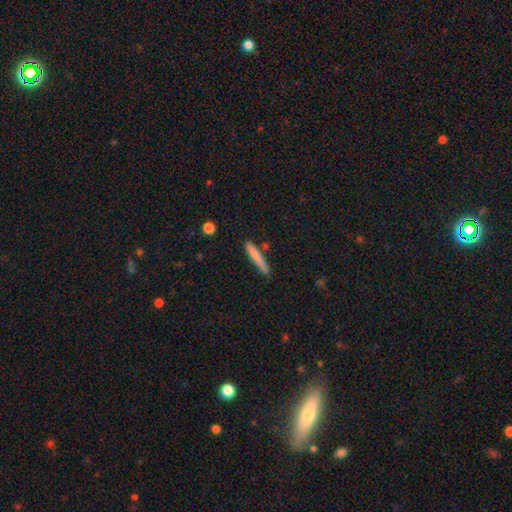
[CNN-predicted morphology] type=smooth (76%); roundness=cigar-shaped (94%); merging=none (80%).